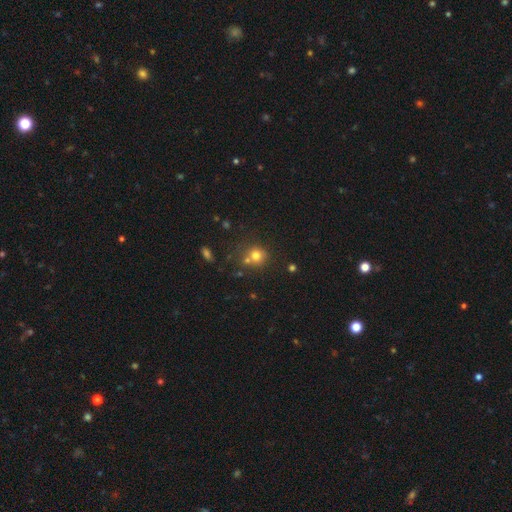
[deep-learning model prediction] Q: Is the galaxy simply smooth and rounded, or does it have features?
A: smooth — 74%.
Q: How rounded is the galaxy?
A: round — 86%.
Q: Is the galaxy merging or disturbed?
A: none — 57%.